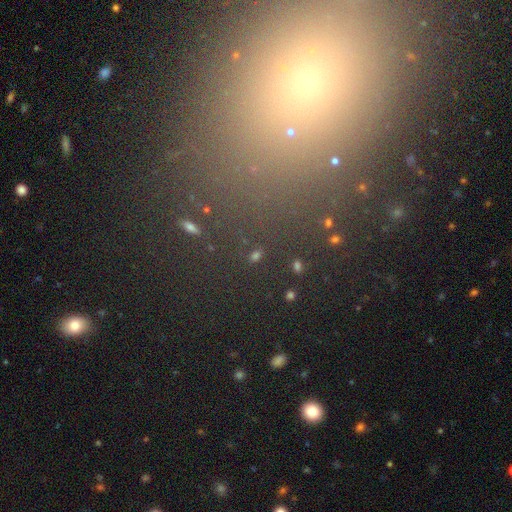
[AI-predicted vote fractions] Q: Smooth or featured?
A: star or artifact (50%); runner-up: smooth (36%)